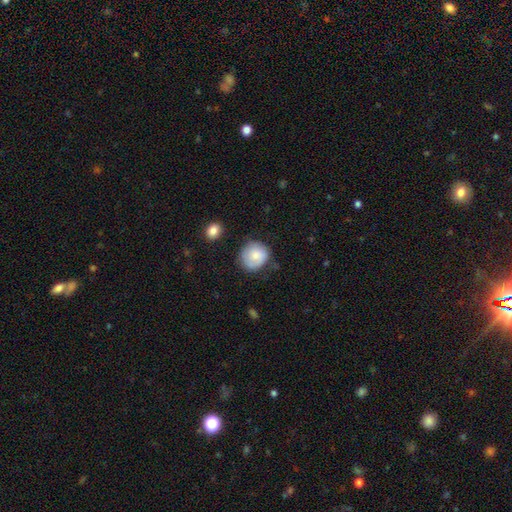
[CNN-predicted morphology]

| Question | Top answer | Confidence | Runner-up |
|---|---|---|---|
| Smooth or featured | smooth | 78% | featured or disk (15%) |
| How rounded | round | 84% | in between (15%) |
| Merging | none | 65% | minor disturbance (26%) |